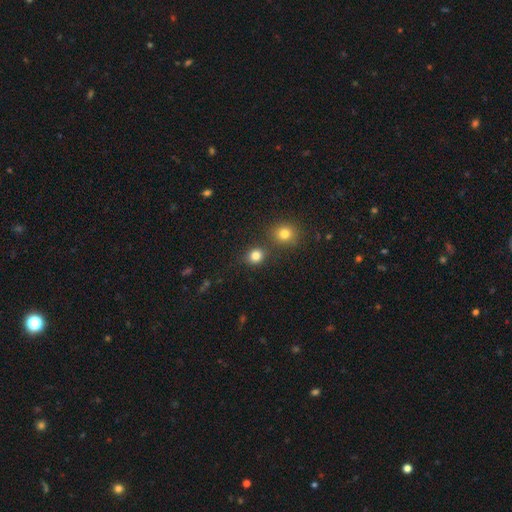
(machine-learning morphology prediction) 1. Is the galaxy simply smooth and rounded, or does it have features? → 81% smooth, 13% star or artifact, 5% featured or disk.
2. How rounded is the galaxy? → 84% round, 15% in between, 1% cigar-shaped.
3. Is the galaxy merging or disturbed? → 77% none, 12% merger, 8% minor disturbance, 3% major disturbance.